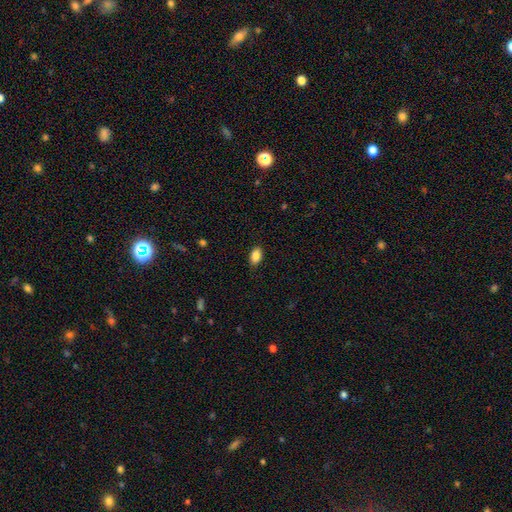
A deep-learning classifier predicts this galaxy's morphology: type=smooth (87%); roundness=in between (90%); merging=none (88%).